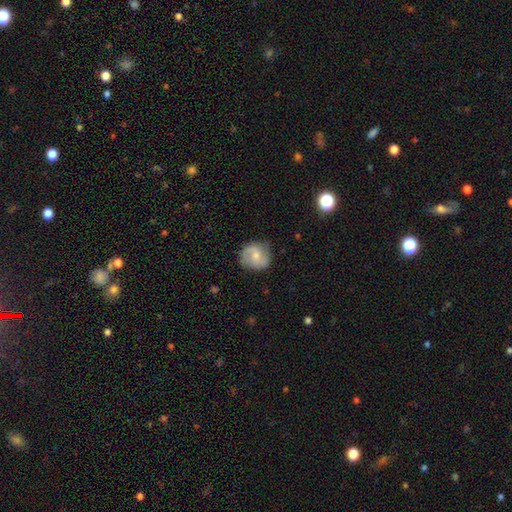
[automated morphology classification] Overall: featured or disk (52%; smooth 41%). Edge-on disk: no (97%). Bar: weak (46%; no 42%). Spiral arms: yes (85%). Bulge size: moderate (47%; small 45%). Merging: none (75%).